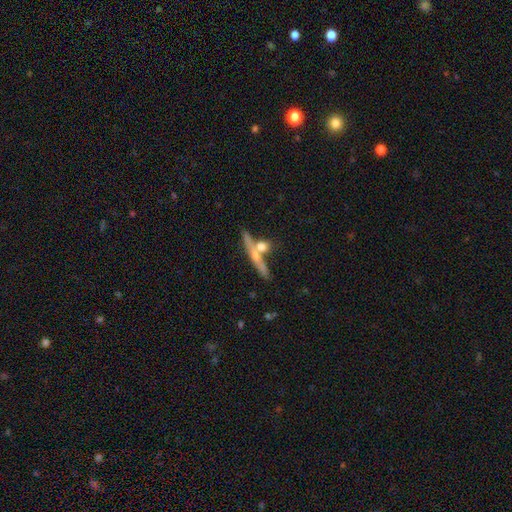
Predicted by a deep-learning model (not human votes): Q: Smooth or featured?
A: featured or disk (55%); runner-up: smooth (37%)
Q: Edge-on disk?
A: yes (87%); runner-up: no (13%)
Q: Merging?
A: none (58%); runner-up: merger (27%)